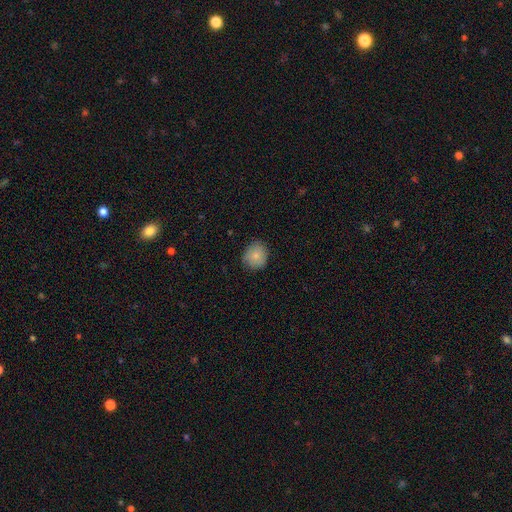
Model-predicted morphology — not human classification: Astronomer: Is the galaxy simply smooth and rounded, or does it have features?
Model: smooth — 81%.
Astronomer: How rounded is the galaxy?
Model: round — 78%.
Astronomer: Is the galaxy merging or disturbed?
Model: none — 78%.